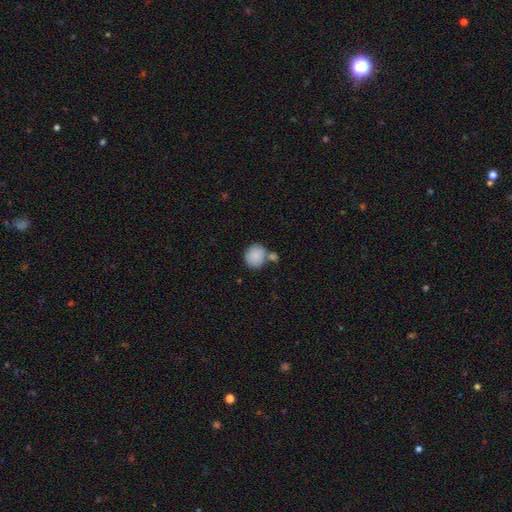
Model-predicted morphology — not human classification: Overall: smooth (87%). How rounded: round (76%). Merging: none (58%; merger 25%).